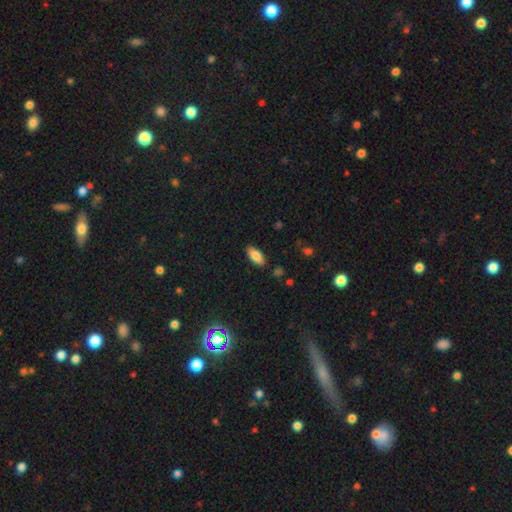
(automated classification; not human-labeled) This is clearly a smooth galaxy (82%). How rounded: clearly in between (88%). Merging: clearly none (86%).